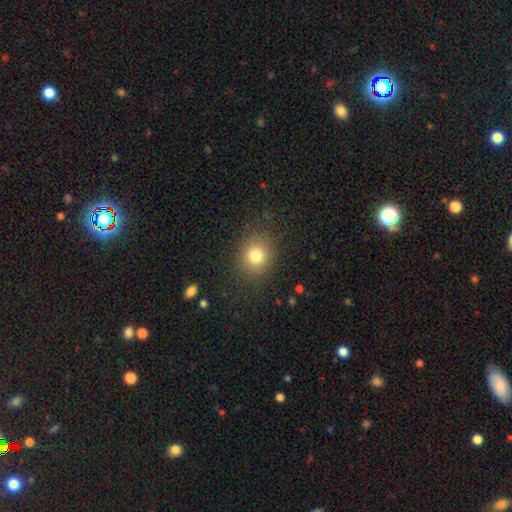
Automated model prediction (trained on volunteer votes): Morphology: type=smooth (79%); roundness=round (74%); merging=none (86%).